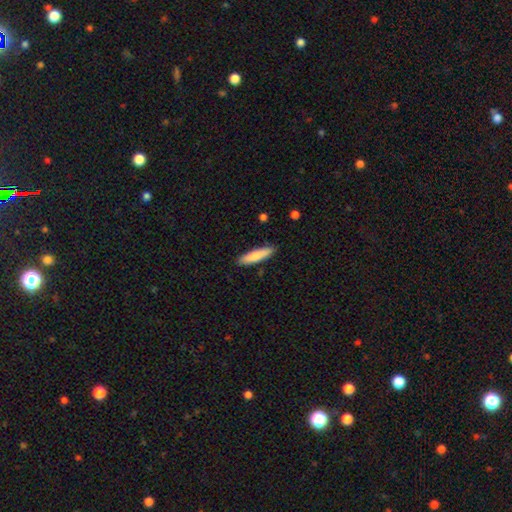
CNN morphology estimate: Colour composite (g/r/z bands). It shows a smooth galaxy with no disk features (78%) that is cigar-shaped (76%). Merging: none (87%).